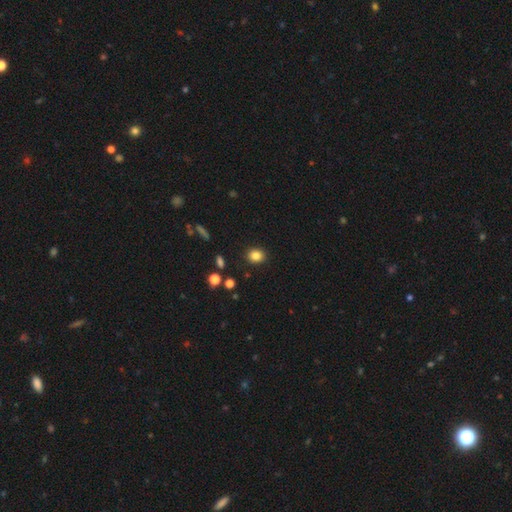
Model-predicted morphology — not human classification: smooth-or-featured: smooth: 84% | star or artifact: 11% | featured or disk: 5%
  how-rounded: round: 68% | in between: 31% | cigar-shaped: 1%
  merging: none: 89% | minor disturbance: 7% | major disturbance: 2% | merger: 2%